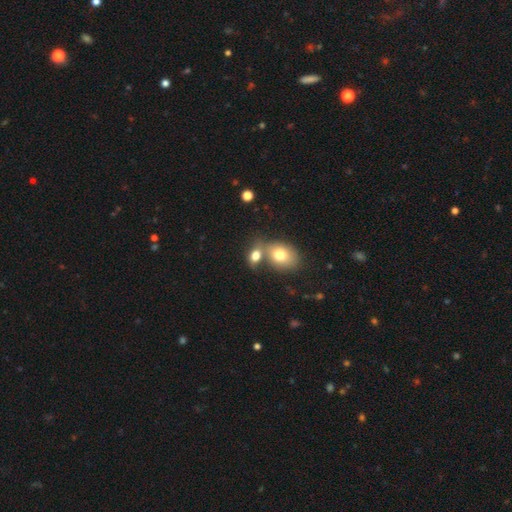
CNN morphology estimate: Smooth or featured?
  - smooth: 78% *
  - featured or disk: 12%
  - star or artifact: 10%
How rounded?
  - in between: 73% *
  - round: 25%
  - cigar-shaped: 2%
Merging?
  - merger: 46% *
  - none: 39%
  - minor disturbance: 11%
  - major disturbance: 5%